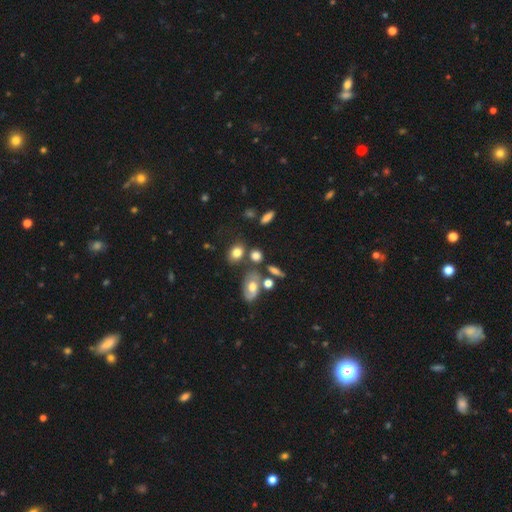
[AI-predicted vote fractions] This appears to be a smooth galaxy with no disk features (72%) that is in between round and cigar-shaped (58%). Merging: none (60%).